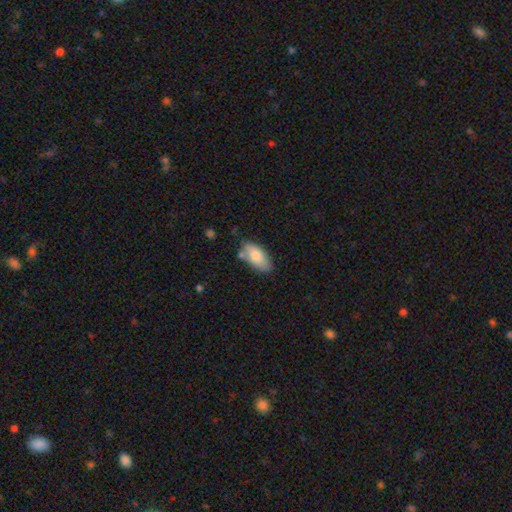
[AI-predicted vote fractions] smooth 82%, featured or disk 12%, star or artifact 6%. Down the decision tree: how rounded — in between (91%); merging — none (69%).